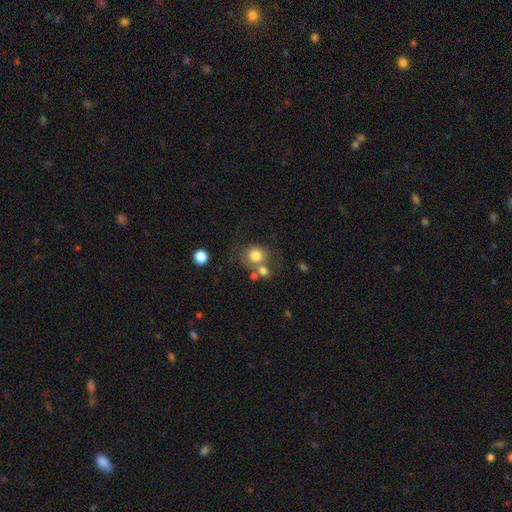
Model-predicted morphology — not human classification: smooth-or-featured: smooth: 78% | star or artifact: 11% | featured or disk: 11%
  how-rounded: round: 81% | in between: 18% | cigar-shaped: 1%
  merging: none: 55% | merger: 26% | minor disturbance: 13% | major disturbance: 6%